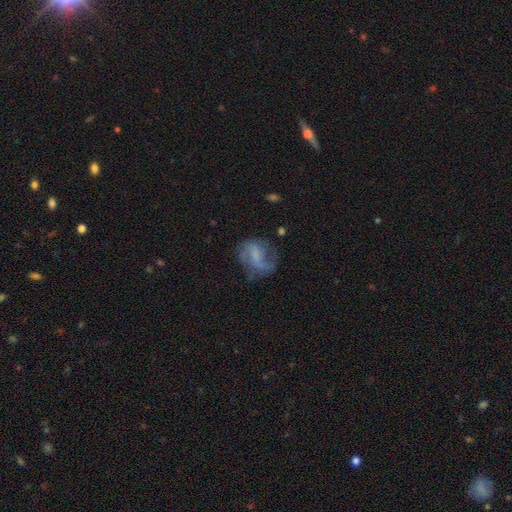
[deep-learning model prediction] smooth_or_featured: featured or disk (p=0.67) [alt: smooth p=0.24]
disk_edge_on: no (p=0.97) [alt: yes p=0.03]
bar: weak (p=0.48) [alt: no p=0.33]
has_spiral_arms: yes (p=0.87) [alt: no p=0.13]
spiral_winding: loose (p=0.45) [alt: medium p=0.41]
spiral_arm_count: 2 (p=0.66) [alt: 1 p=0.15]
bulge_size: none (p=0.43) [alt: small p=0.33]
merging: none (p=0.57) [alt: minor disturbance p=0.21]